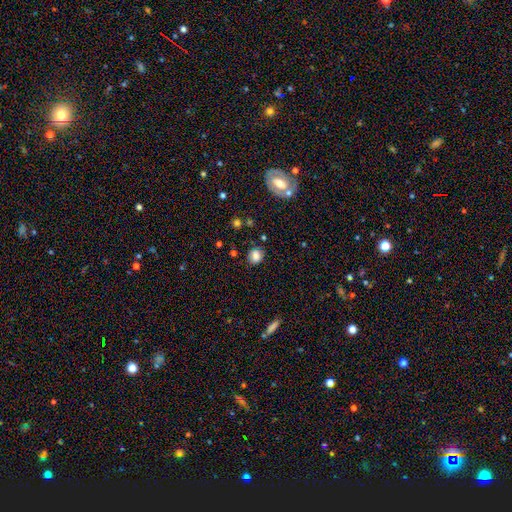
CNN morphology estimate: A smooth galaxy with no disk features (79%) that is round (66%).

Vote fractions:
- Smooth or featured? smooth: 79% / star or artifact: 11% / featured or disk: 9%
- How rounded? round: 66% / in between: 32% / cigar-shaped: 1%
- Merging? none: 78% / minor disturbance: 15% / major disturbance: 4% / merger: 4%